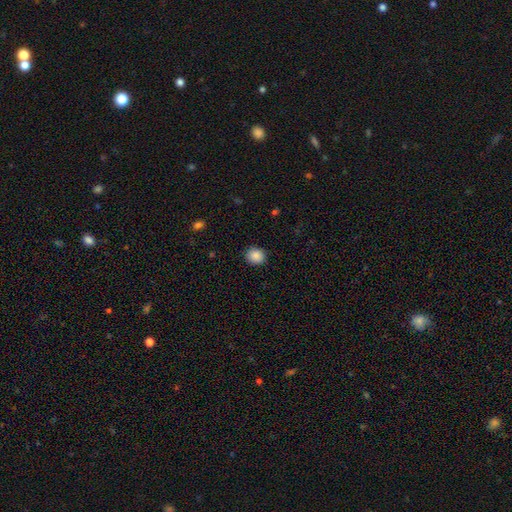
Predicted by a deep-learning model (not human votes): Morphology: type=smooth (88%); roundness=round (78%); merging=none (90%).